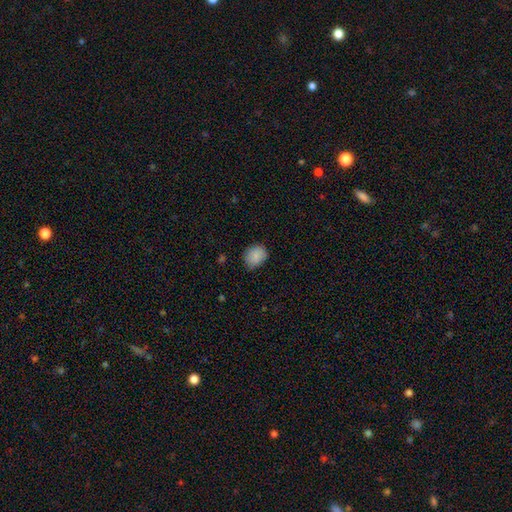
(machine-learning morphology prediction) Q: Smooth or featured?
A: smooth (87%); runner-up: star or artifact (8%)
Q: How rounded?
A: round (55%); runner-up: in between (44%)
Q: Merging?
A: none (72%); runner-up: minor disturbance (23%)